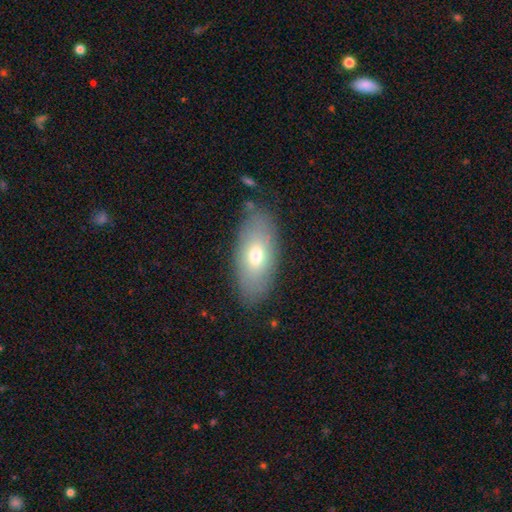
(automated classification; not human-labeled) A smooth galaxy with no disk features (68%) that is in between round and cigar-shaped (89%). Merging: none (82%).